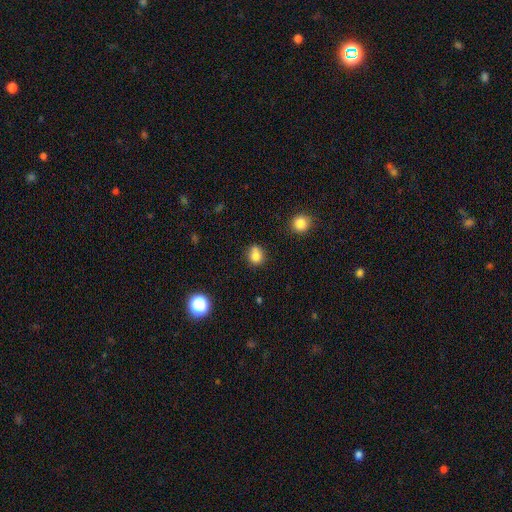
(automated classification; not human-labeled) Q: Smooth or featured?
A: smooth (81%); runner-up: star or artifact (13%)
Q: How rounded?
A: round (75%); runner-up: in between (24%)
Q: Merging?
A: none (71%); runner-up: minor disturbance (18%)